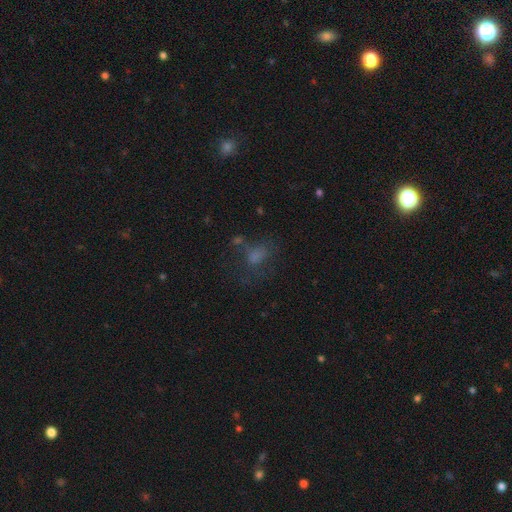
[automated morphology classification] A smooth galaxy with no disk features (60%) that is in between round and cigar-shaped (63%). Merging: none (45%).